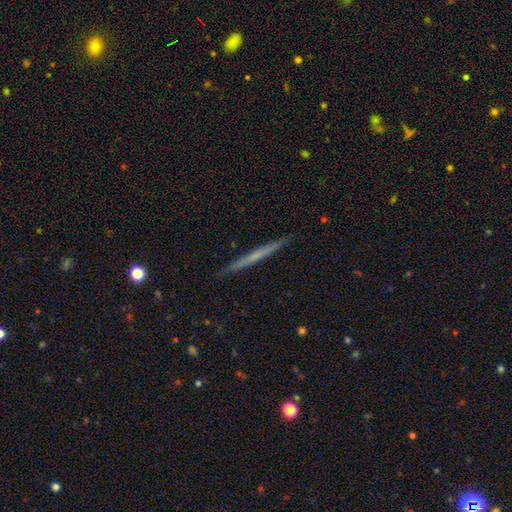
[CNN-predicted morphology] Smooth or featured?
  - featured or disk: 52% *
  - smooth: 43%
  - star or artifact: 6%
Edge-on disk?
  - yes: 97% *
  - no: 3%
Edge-on bulge?
  - none: 89% *
  - rounded: 8%
  - boxy: 3%
Merging?
  - none: 91% *
  - minor disturbance: 6%
  - major disturbance: 1%
  - merger: 1%